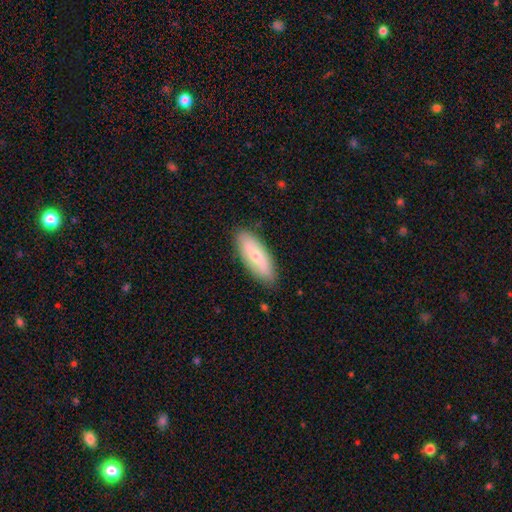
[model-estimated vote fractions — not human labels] Smooth or featured: smooth — 57% (featured or disk — 37%)
How rounded: in between — 69% (cigar-shaped — 28%)
Merging: none — 86% (minor disturbance — 11%)